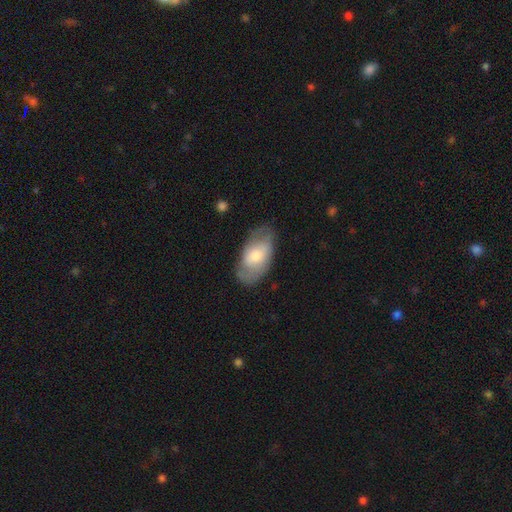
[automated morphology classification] The model was most divided on "smooth or featured": smooth: 56%, featured or disk: 38%, star or artifact: 6%. More confident: how rounded — in between (93%); merging — none (69%).